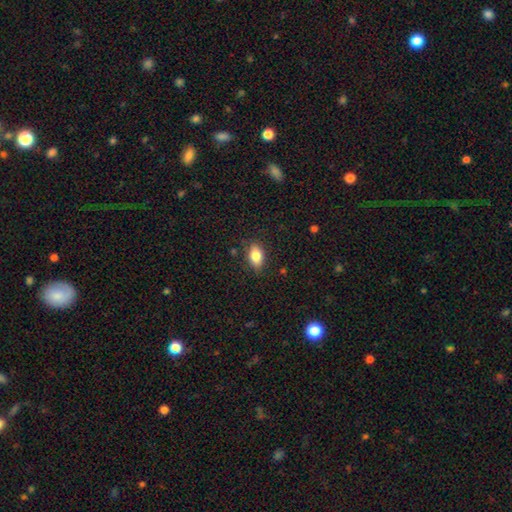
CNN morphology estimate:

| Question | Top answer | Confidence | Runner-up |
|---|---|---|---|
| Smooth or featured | smooth | 83% | featured or disk (9%) |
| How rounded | in between | 88% | round (8%) |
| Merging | none | 83% | minor disturbance (13%) |